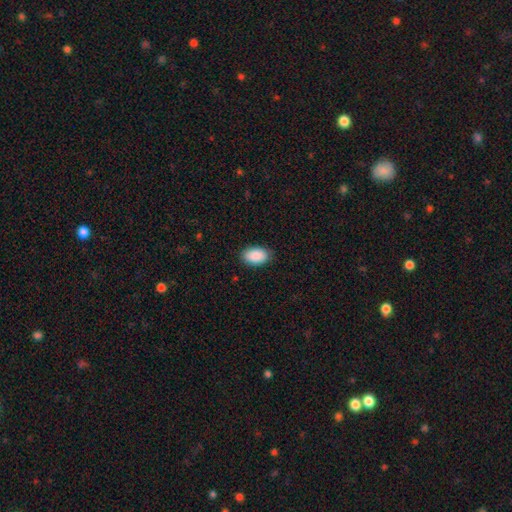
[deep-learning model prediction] A smooth galaxy with no disk features (89%) that is in between round and cigar-shaped (93%). Merging: none (87%).